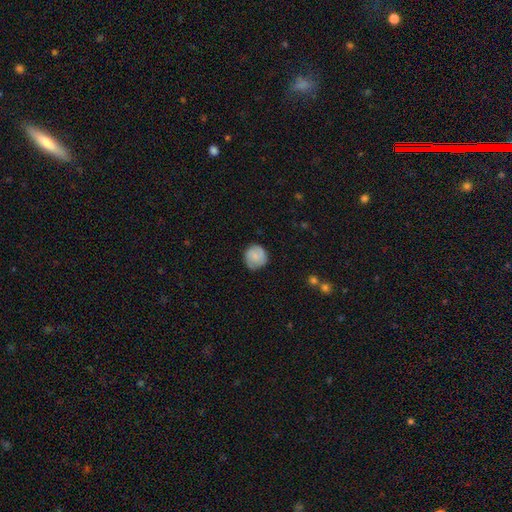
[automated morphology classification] A smooth galaxy with no disk features (63%) that is round (85%).

Vote fractions:
- Smooth or featured? smooth: 63% / featured or disk: 29% / star or artifact: 7%
- How rounded? round: 85% / in between: 14% / cigar-shaped: 1%
- Merging? none: 75% / minor disturbance: 20% / major disturbance: 4% / merger: 1%